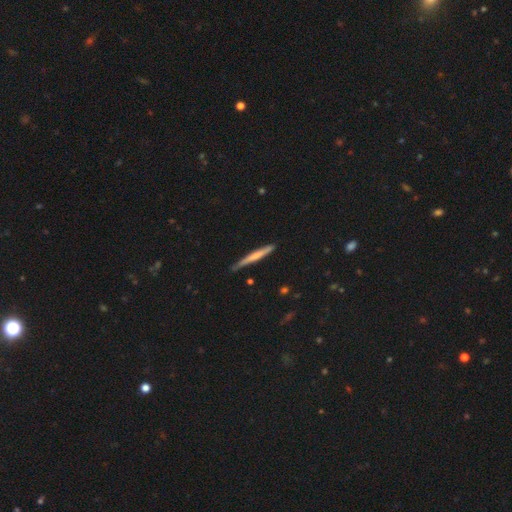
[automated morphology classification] This is possibly a smooth galaxy (55%). How rounded: clearly cigar-shaped (96%). Merging: likely none (79%).